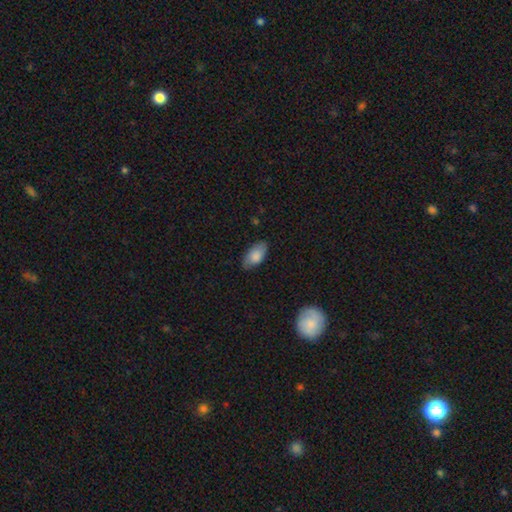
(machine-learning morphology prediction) Smooth or featured? smooth (78%)
How rounded? in between (93%)
Merging? none (77%)